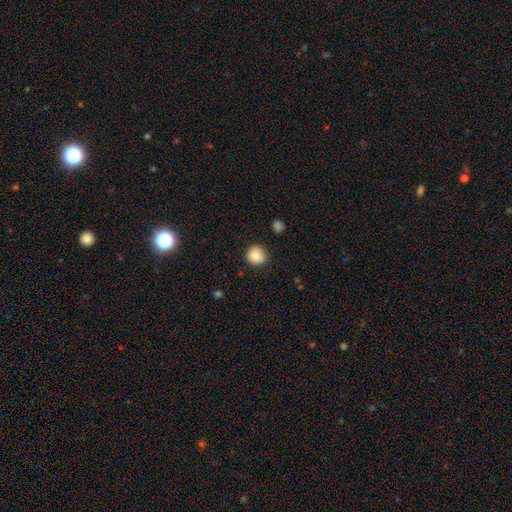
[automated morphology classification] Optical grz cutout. It shows a smooth galaxy with no disk features (86%) that is round (88%). Merging: none (79%).